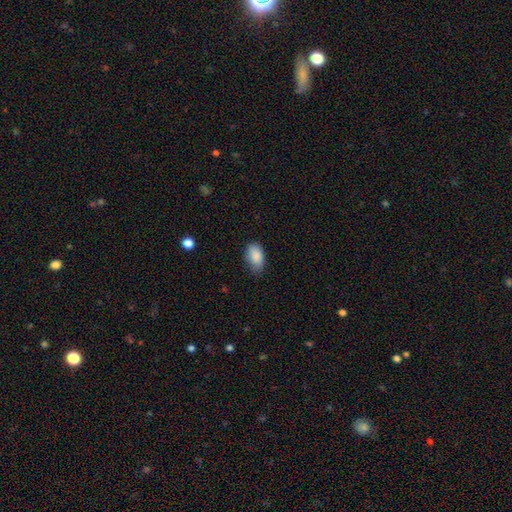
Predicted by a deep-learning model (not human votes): A smooth galaxy with no disk features (88%) that is in between round and cigar-shaped (92%). Merging: none (65%).